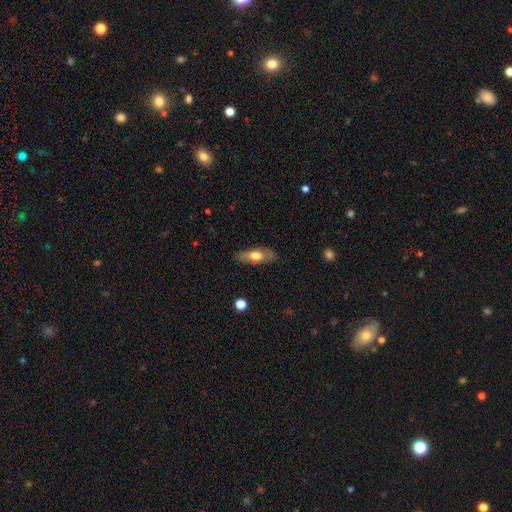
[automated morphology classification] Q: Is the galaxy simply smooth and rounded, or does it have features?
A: smooth — 59%.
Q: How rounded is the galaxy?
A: in between — 64%.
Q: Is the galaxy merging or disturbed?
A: none — 78%.